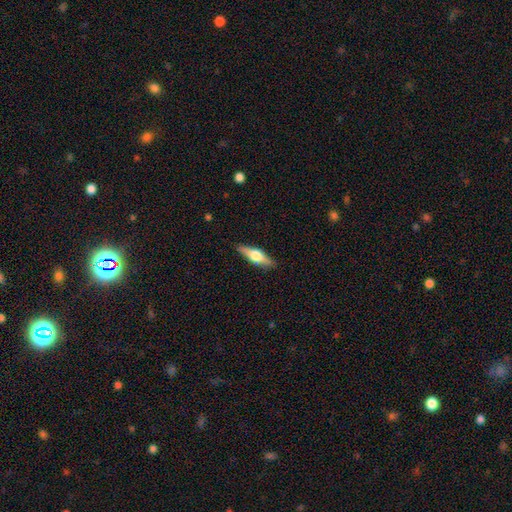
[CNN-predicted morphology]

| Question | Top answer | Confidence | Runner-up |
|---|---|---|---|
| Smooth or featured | featured or disk | 56% | smooth (38%) |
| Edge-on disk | yes | 95% | no (5%) |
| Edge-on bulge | rounded | 93% | boxy (5%) |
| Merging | none | 88% | minor disturbance (9%) |